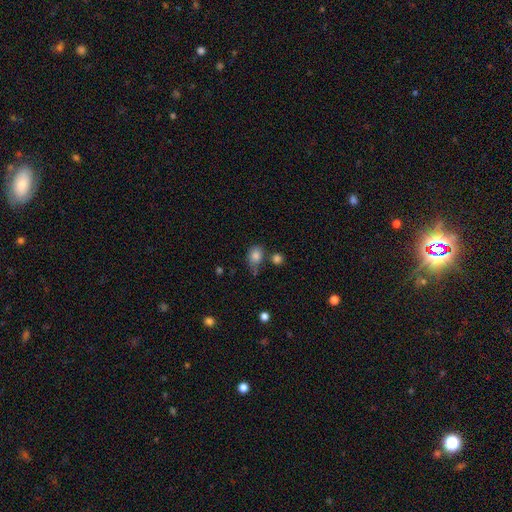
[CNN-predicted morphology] type=smooth (82%); roundness=in between (55%); merging=none (54%).